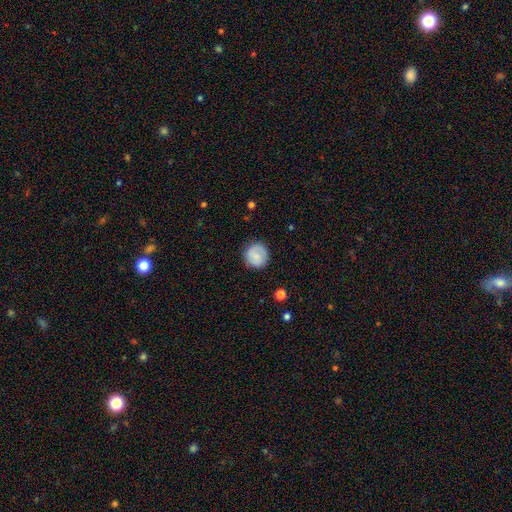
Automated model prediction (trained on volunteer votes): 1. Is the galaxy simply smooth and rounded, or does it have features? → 73% smooth, 20% featured or disk, 7% star or artifact.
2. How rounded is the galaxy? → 92% round, 7% in between, 1% cigar-shaped.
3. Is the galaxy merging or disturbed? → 86% none, 10% minor disturbance, 3% major disturbance, 1% merger.